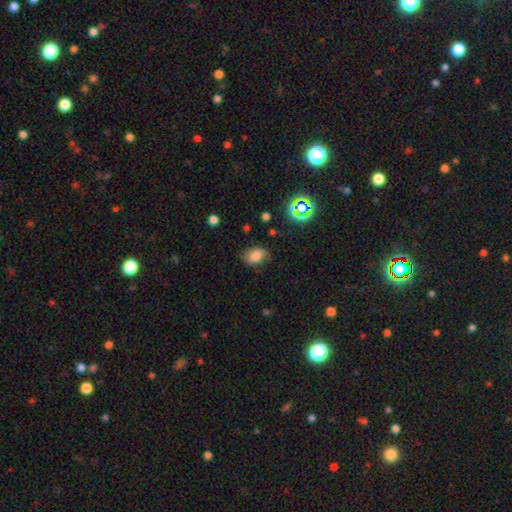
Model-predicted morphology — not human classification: Smooth or featured? Predicted: smooth (p=0.73). How rounded? Predicted: in between (p=0.77). Merging? Predicted: none (p=0.67).